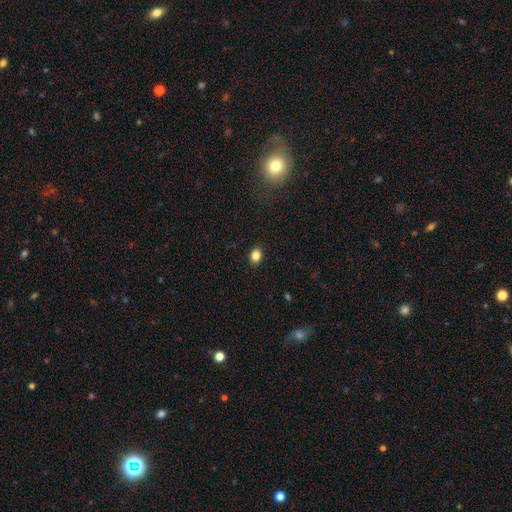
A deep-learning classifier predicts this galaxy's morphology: smooth 83%, star or artifact 11%, featured or disk 5%. Down the decision tree: how rounded — round (52%); merging — none (90%).